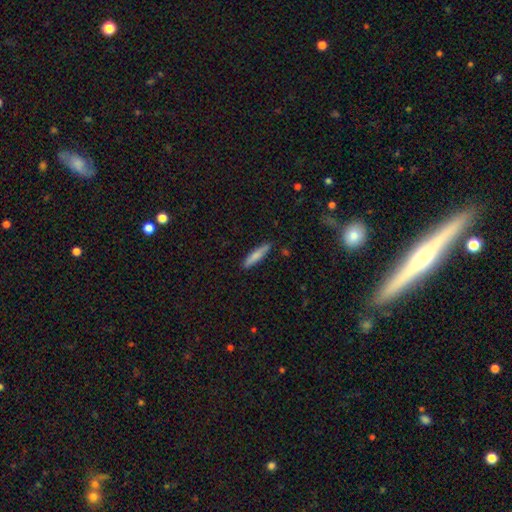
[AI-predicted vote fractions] smooth-or-featured: smooth: 78% | featured or disk: 16% | star or artifact: 6%
  how-rounded: cigar-shaped: 85% | in between: 14% | round: 1%
  merging: none: 87% | minor disturbance: 10% | major disturbance: 2% | merger: 2%